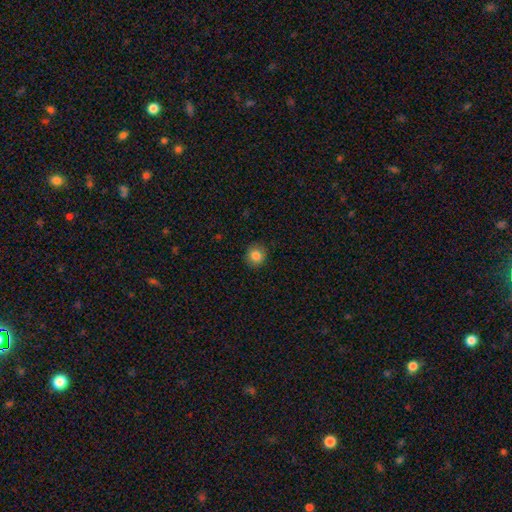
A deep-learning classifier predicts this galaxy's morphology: This appears to be a smooth galaxy with no disk features (83%) that is round (90%). Merging: none (90%).